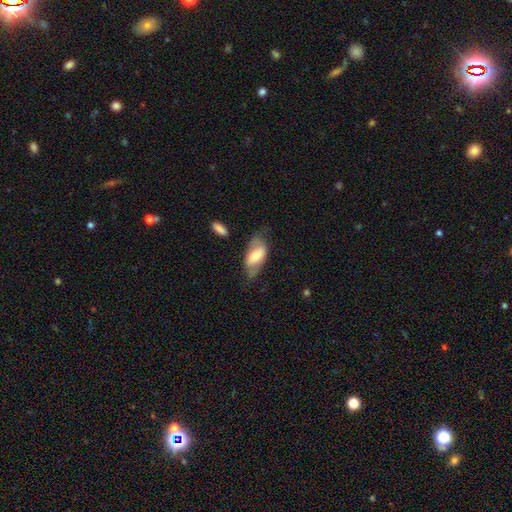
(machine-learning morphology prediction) Smooth or featured?
  - smooth: 50% *
  - featured or disk: 43%
  - star or artifact: 6%
How rounded?
  - in between: 90% *
  - cigar-shaped: 7%
  - round: 4%
Merging?
  - none: 58% *
  - minor disturbance: 26%
  - major disturbance: 13%
  - merger: 3%